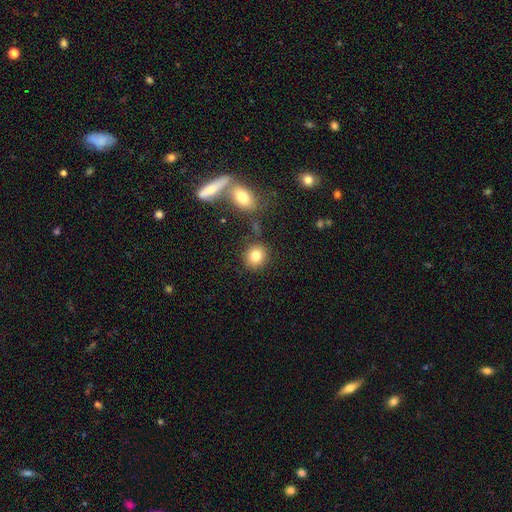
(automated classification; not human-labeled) This appears to be a smooth galaxy with no disk features (81%) that is round (81%). Merging: none (81%).